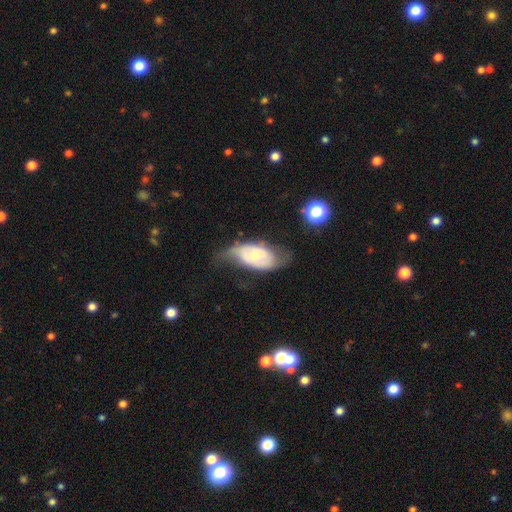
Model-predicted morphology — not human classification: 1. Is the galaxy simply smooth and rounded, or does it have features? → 59% featured or disk, 34% smooth, 7% star or artifact.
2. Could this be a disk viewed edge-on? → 90% no, 10% yes.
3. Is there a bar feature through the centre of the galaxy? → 58% no, 32% weak, 10% strong.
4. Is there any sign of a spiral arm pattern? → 64% yes, 36% no.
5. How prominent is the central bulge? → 48% small, 43% moderate, 5% large, 3% none, 1% dominant.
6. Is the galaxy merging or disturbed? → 38% none, 31% minor disturbance, 28% major disturbance, 3% merger.